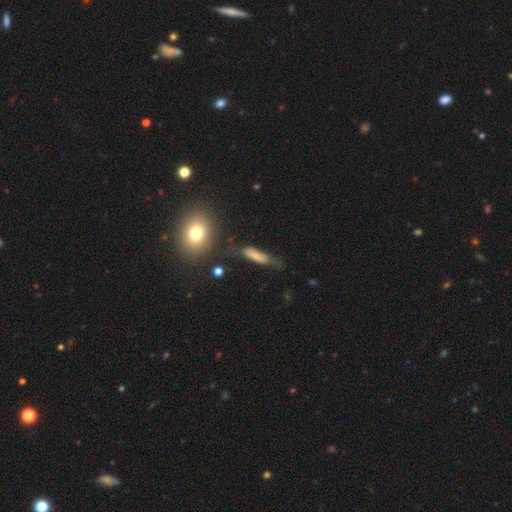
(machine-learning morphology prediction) This appears to be a smooth galaxy with no disk features (67%) that is cigar-shaped (65%). Merging: none (53%).